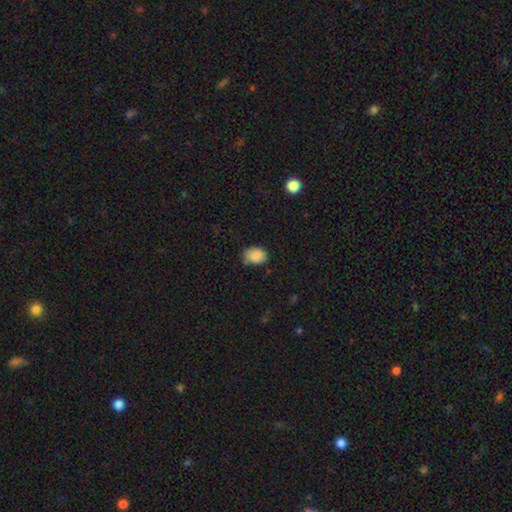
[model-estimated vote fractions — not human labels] This is clearly a smooth galaxy (87%). How rounded: likely in between (73%). Merging: likely none (70%).